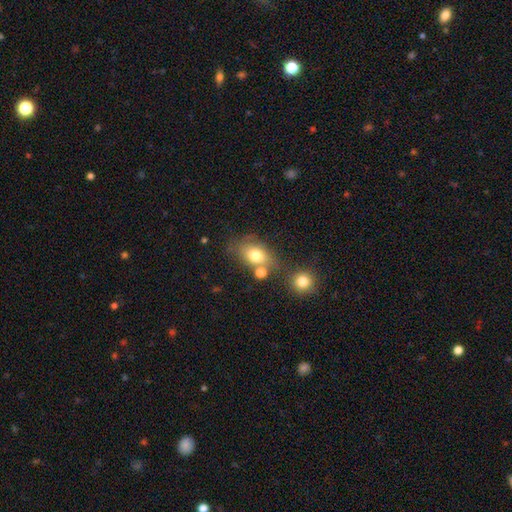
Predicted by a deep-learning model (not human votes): This is likely a smooth galaxy (76%). How rounded: likely in between (71%). Merging: possibly none (55%).